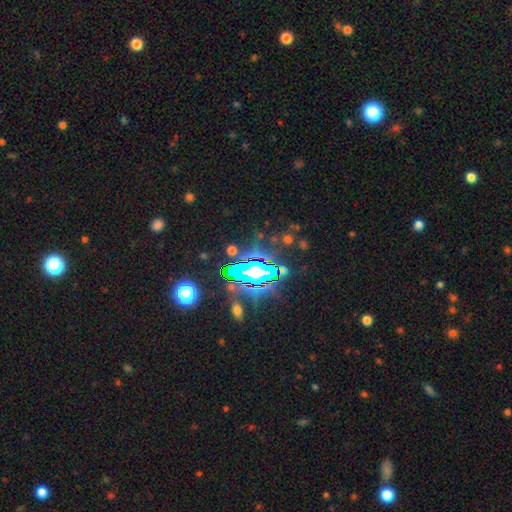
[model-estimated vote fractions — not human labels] A star or artifact, not a galaxy (82%).